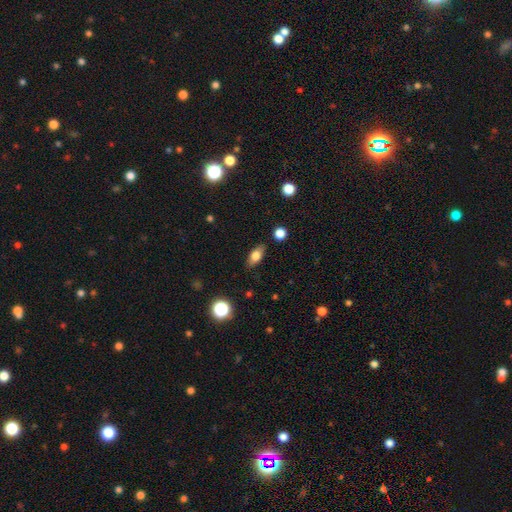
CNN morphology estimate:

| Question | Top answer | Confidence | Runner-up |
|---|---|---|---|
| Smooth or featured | smooth | 75% | featured or disk (16%) |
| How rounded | in between | 81% | cigar-shaped (12%) |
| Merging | none | 85% | minor disturbance (11%) |